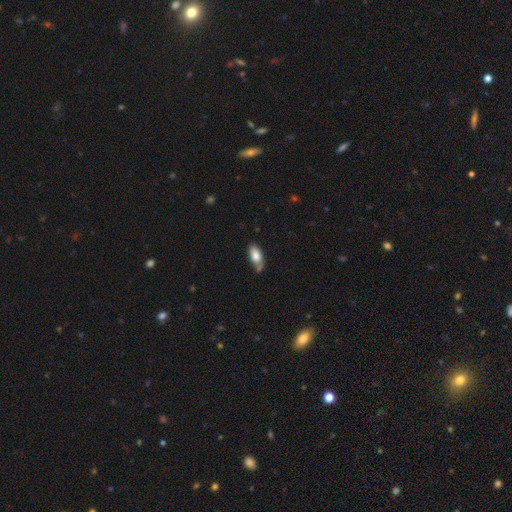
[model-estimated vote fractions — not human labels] Morphology: type=smooth (77%); roundness=in between (89%); merging=none (58%).